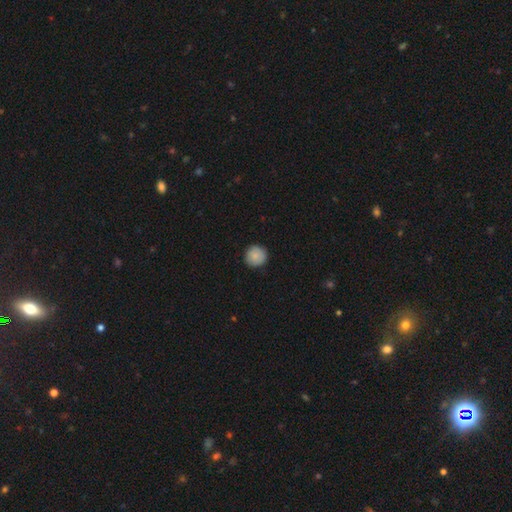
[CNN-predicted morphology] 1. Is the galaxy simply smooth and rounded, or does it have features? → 86% smooth, 7% featured or disk, 7% star or artifact.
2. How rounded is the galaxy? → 95% round, 4% in between, 1% cigar-shaped.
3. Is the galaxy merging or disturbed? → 90% none, 8% minor disturbance, 2% major disturbance, 1% merger.